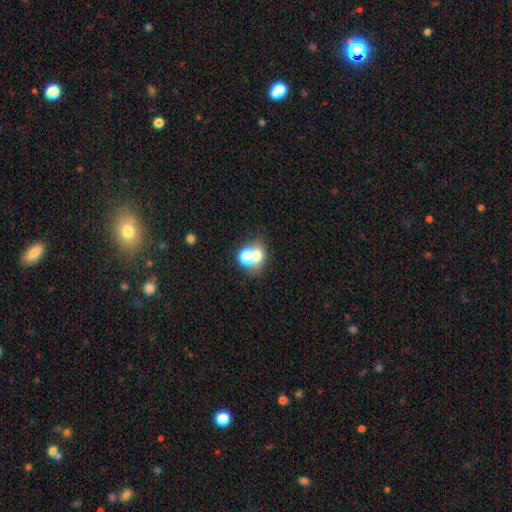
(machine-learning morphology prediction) Overall: smooth (60%; star or artifact 22%). How rounded: round (62%; in between 36%). Merging: merger (45%; none 42%).